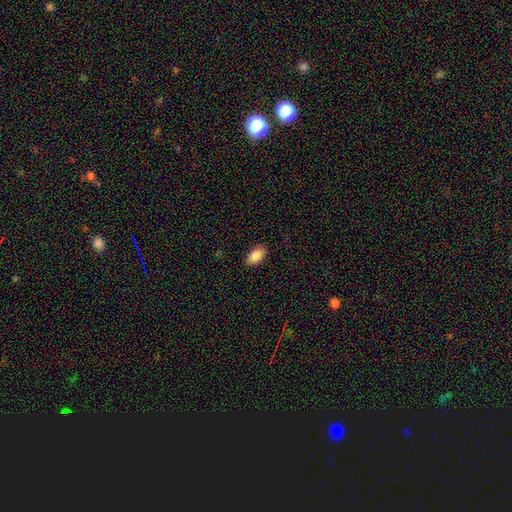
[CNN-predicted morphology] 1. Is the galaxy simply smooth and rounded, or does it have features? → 88% smooth, 7% star or artifact, 5% featured or disk.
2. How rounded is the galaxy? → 93% in between, 4% round, 2% cigar-shaped.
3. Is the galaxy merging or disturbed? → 87% none, 10% minor disturbance, 2% major disturbance, 1% merger.